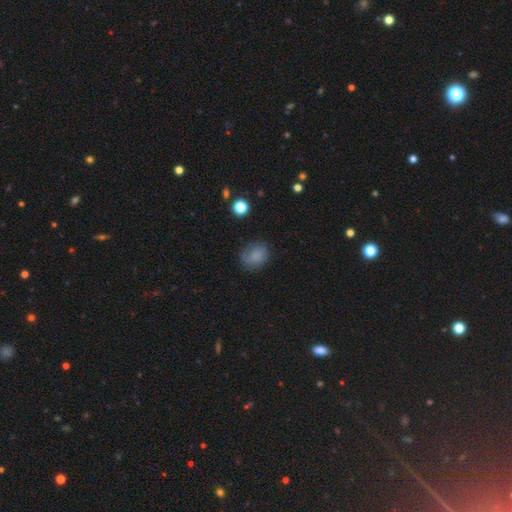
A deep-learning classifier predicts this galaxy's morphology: smooth_or_featured: smooth (p=0.77) [alt: star or artifact p=0.11]
how_rounded: round (p=0.57) [alt: in between p=0.42]
merging: none (p=0.66) [alt: minor disturbance p=0.23]